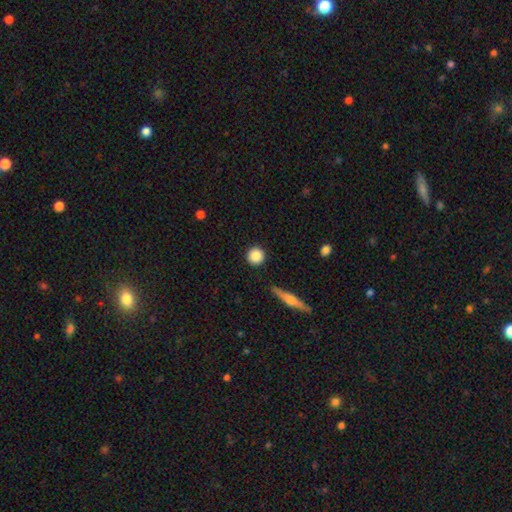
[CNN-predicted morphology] This appears to be a smooth galaxy with no disk features (86%) that is round (94%). Merging: none (90%).